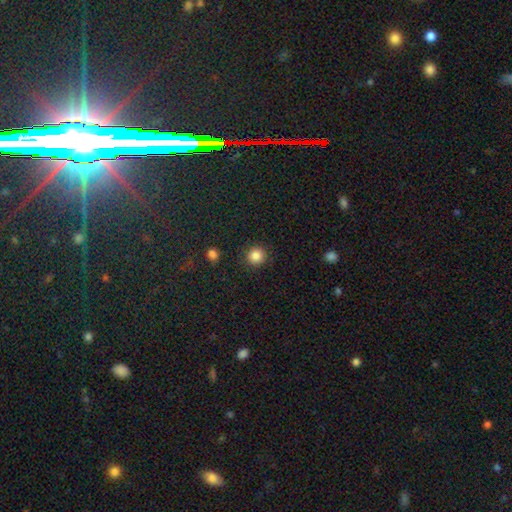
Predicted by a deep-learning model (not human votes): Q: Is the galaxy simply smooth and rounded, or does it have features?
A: smooth — 85%.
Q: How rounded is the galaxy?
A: round — 94%.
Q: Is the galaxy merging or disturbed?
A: none — 91%.